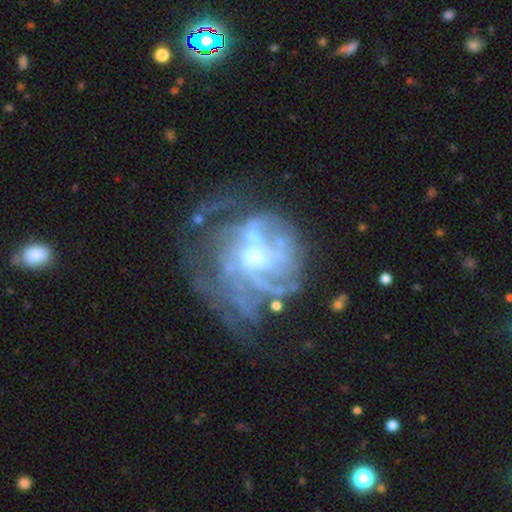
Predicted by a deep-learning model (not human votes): The model was most divided on "merging": none: 40%, major disturbance: 34%, minor disturbance: 19%, merger: 7%. Remaining: edge-on disk — no (98%); smooth or featured — featured or disk (79%); spiral arms — yes (73%); bar — no (67%); bulge size — moderate (51%); spiral arm count — can't tell (49%); spiral winding — tight (43%).